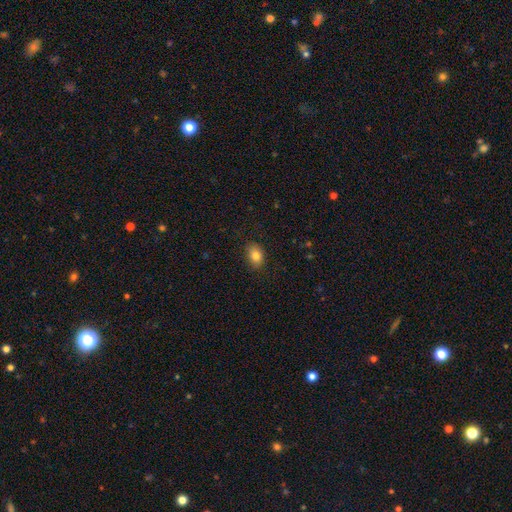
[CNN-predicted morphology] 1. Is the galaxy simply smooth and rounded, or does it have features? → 83% smooth, 9% star or artifact, 8% featured or disk.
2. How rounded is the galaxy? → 80% in between, 19% round, 1% cigar-shaped.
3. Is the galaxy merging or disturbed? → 85% none, 11% minor disturbance, 3% major disturbance, 1% merger.